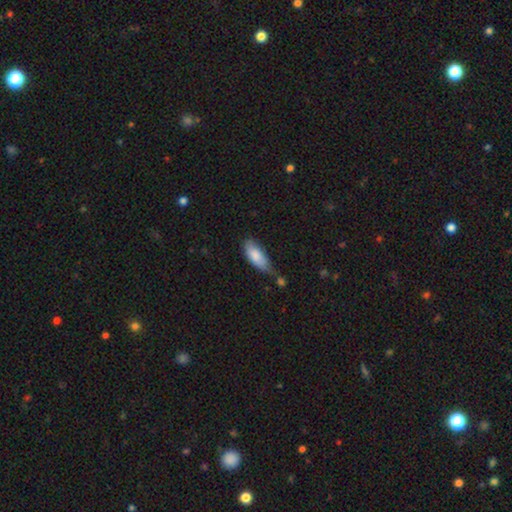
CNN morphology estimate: type=smooth (83%); roundness=in between (81%); merging=minor disturbance (39%, tied with none).